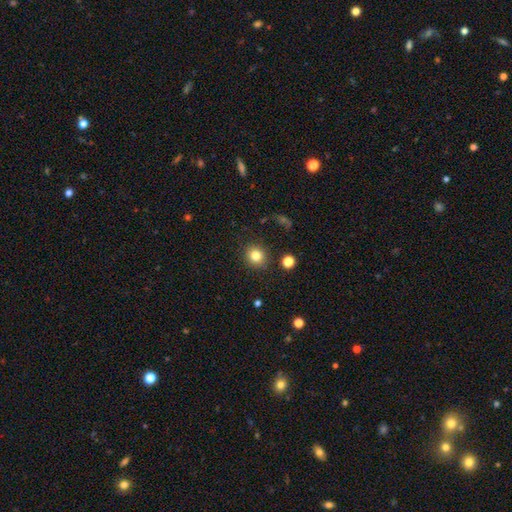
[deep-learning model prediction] Smooth or featured? Predicted: smooth (p=0.82). How rounded? Predicted: round (p=0.85). Merging? Predicted: none (p=0.88).